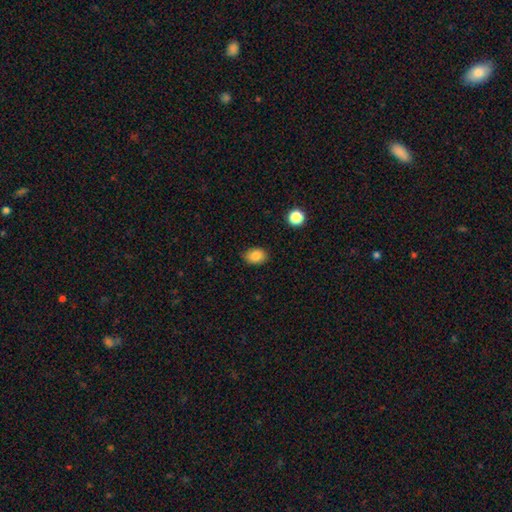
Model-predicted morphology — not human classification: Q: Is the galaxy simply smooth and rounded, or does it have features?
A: smooth — 86%.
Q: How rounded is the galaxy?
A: in between — 66%.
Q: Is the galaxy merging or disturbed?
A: none — 86%.